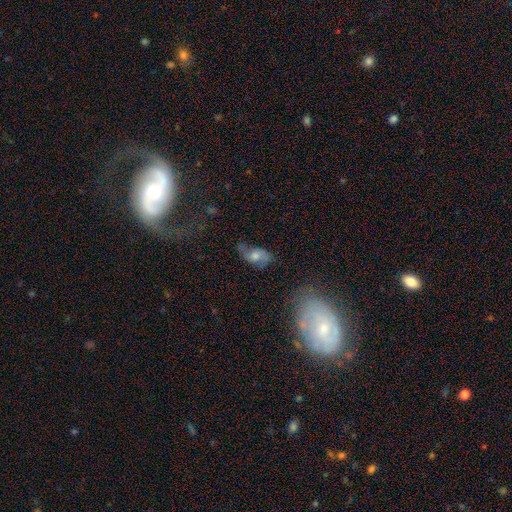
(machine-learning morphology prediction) smooth-or-featured: featured or disk: 57% | smooth: 32% | star or artifact: 11%
  disk-edge-on: no: 93% | yes: 7%
    bar: no: 66% | weak: 28% | strong: 6%
    has-spiral-arms: yes: 84% | no: 16%
    bulge-size: moderate: 60% | small: 24% | large: 11% | none: 4% | dominant: 2%
  merging: none: 55% | minor disturbance: 25% | major disturbance: 17% | merger: 3%